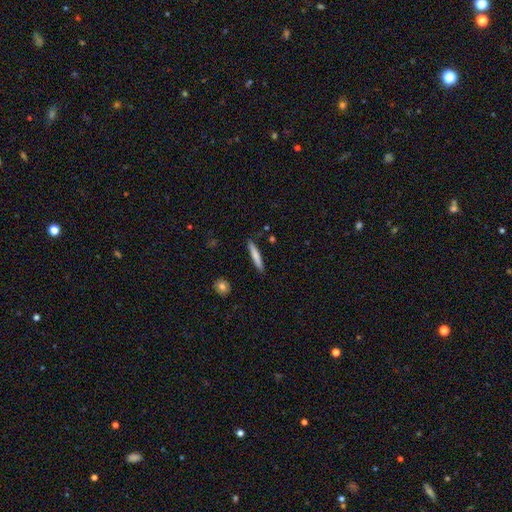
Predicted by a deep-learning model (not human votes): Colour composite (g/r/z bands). It shows a smooth galaxy with no disk features (76%) that is cigar-shaped (94%). Merging: none (90%).